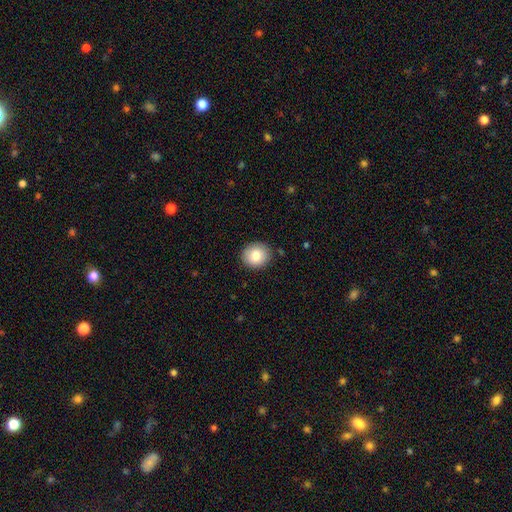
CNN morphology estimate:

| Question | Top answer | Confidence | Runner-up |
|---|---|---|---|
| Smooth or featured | smooth | 82% | featured or disk (9%) |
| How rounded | round | 80% | in between (19%) |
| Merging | none | 88% | minor disturbance (8%) |